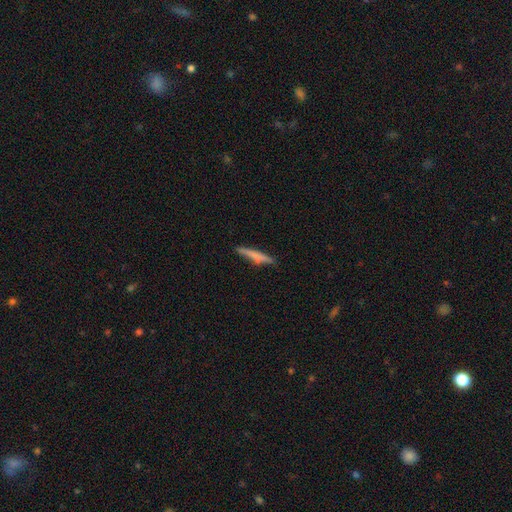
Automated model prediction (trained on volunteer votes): smooth-or-featured: smooth: 60% | featured or disk: 33% | star or artifact: 6%
  how-rounded: cigar-shaped: 92% | in between: 6% | round: 2%
  merging: none: 83% | minor disturbance: 12% | major disturbance: 3% | merger: 2%